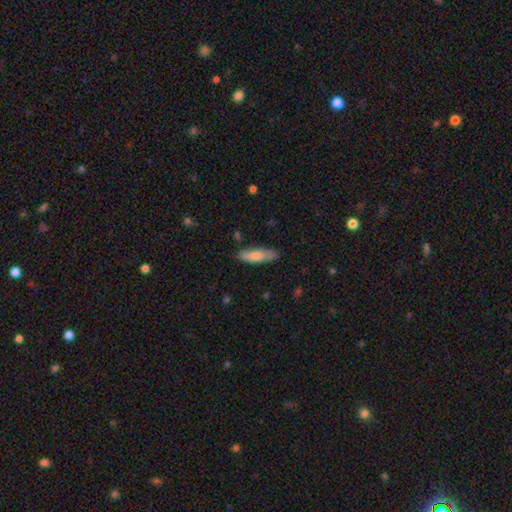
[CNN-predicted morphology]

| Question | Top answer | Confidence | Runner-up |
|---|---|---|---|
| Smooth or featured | smooth | 76% | featured or disk (18%) |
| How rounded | cigar-shaped | 52% | in between (47%) |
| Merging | none | 79% | minor disturbance (16%) |